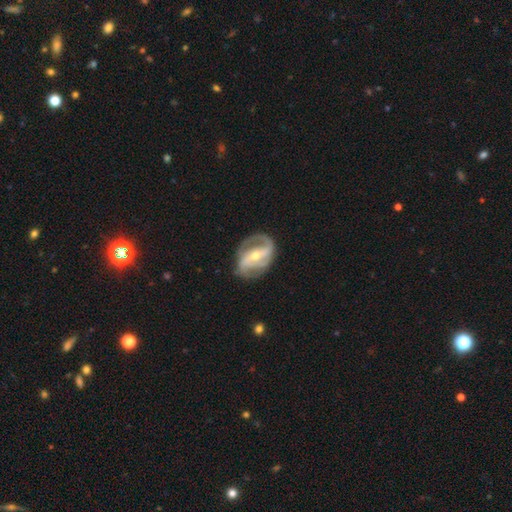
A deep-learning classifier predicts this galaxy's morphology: The model was most divided on "bulge size": moderate: 52%, small: 45%, large: 2%, none: 1%, dominant: 1%. Remaining: edge-on disk — no (97%); spiral arms — yes (94%); smooth or featured — featured or disk (87%); spiral arm count — 2 (73%); merging — none (70%); spiral winding — medium (48%); bar — strong (47%).